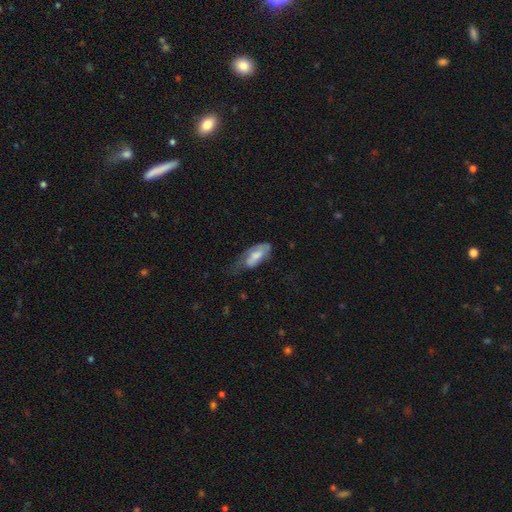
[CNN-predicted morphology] smooth_or_featured: smooth (p=0.60) [alt: featured or disk p=0.34]
how_rounded: in between (p=0.83) [alt: cigar-shaped p=0.15]
merging: minor disturbance (p=0.35) [alt: major disturbance p=0.33]